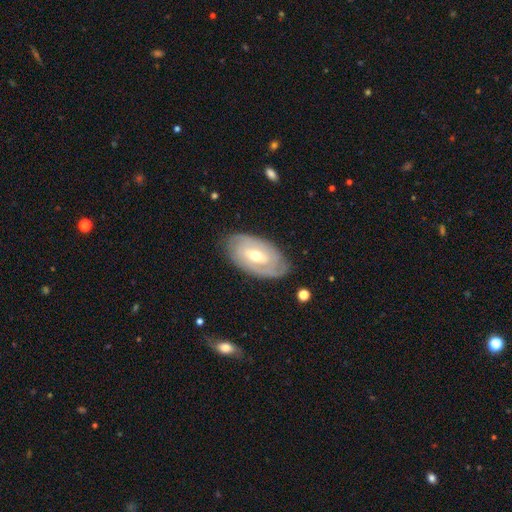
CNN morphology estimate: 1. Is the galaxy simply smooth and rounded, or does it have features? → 72% featured or disk, 22% smooth, 5% star or artifact.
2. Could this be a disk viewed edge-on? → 93% no, 7% yes.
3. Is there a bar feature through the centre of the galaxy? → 47% weak, 31% no, 22% strong.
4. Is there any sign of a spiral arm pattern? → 78% yes, 22% no.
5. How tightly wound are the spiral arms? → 66% tight, 25% medium, 9% loose.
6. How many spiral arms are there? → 47% 2, 36% can't tell, 7% 3, 5% 1, 3% 4, 2% more than 4.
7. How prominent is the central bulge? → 61% moderate, 35% small, 3% large, 1% none, 1% dominant.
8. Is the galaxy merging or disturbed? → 80% none, 15% minor disturbance, 4% major disturbance, 1% merger.